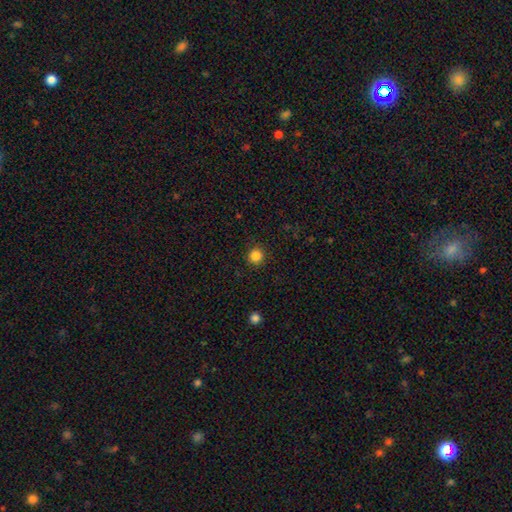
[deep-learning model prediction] A smooth galaxy with no disk features (85%) that is round (94%). Merging: none (91%).